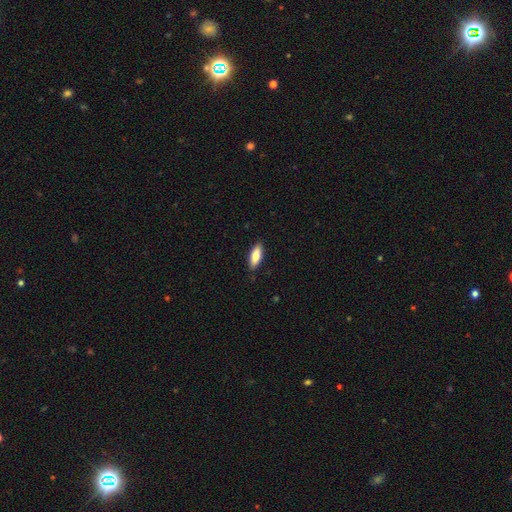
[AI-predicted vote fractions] Smooth or featured?
  - smooth: 78% *
  - featured or disk: 16%
  - star or artifact: 6%
How rounded?
  - in between: 63% *
  - cigar-shaped: 36%
  - round: 2%
Merging?
  - none: 88% *
  - minor disturbance: 9%
  - major disturbance: 2%
  - merger: 1%